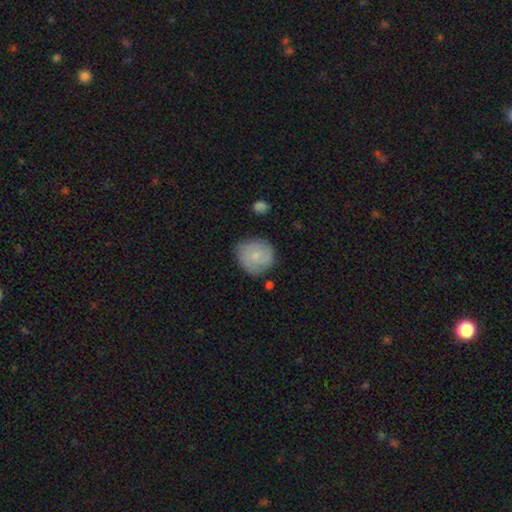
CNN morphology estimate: smooth-or-featured: smooth: 65% | featured or disk: 28% | star or artifact: 7%
  how-rounded: round: 86% | in between: 13% | cigar-shaped: 1%
  merging: none: 66% | minor disturbance: 26% | major disturbance: 6% | merger: 3%